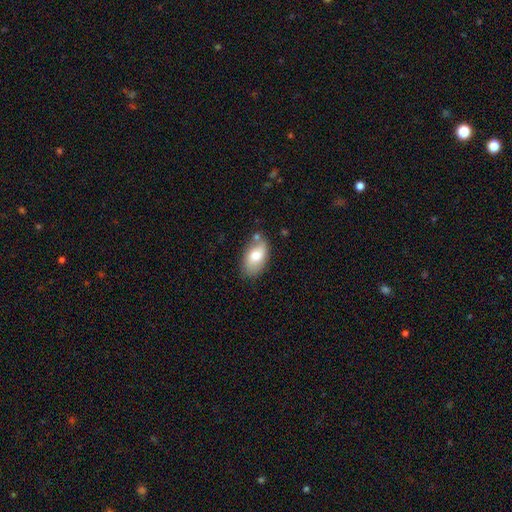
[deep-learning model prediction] Overall: smooth (71%). How rounded: in between (92%). Merging: none (69%).